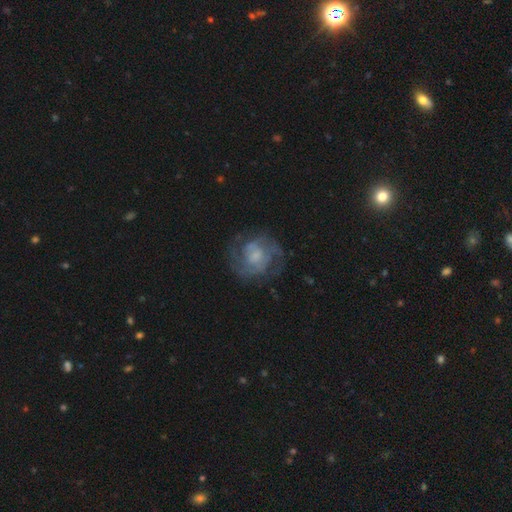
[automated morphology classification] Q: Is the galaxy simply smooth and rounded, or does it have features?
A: featured or disk — 75%.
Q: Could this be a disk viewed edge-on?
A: no — 98%.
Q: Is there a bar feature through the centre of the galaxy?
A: no — 64%.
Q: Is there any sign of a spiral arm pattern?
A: yes — 87%.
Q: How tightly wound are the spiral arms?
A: tight — 44%.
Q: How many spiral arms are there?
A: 2 — 39%.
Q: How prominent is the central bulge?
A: moderate — 35%, tied with small.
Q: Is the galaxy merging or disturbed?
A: none — 69%.